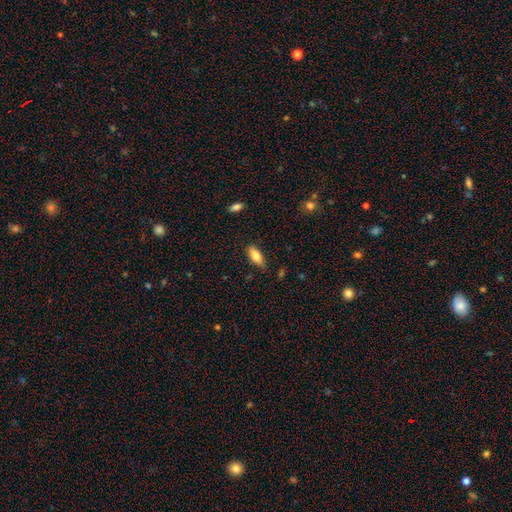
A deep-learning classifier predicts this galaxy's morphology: Overall: smooth (80%). How rounded: in between (80%). Merging: none (79%).